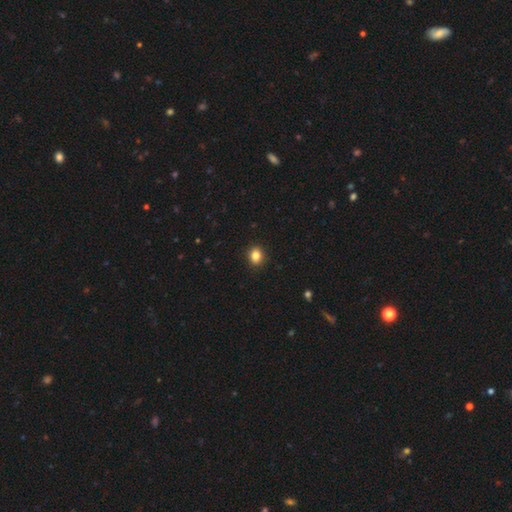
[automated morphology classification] A smooth galaxy with no disk features (84%) that is round (59%). Merging: none (91%).